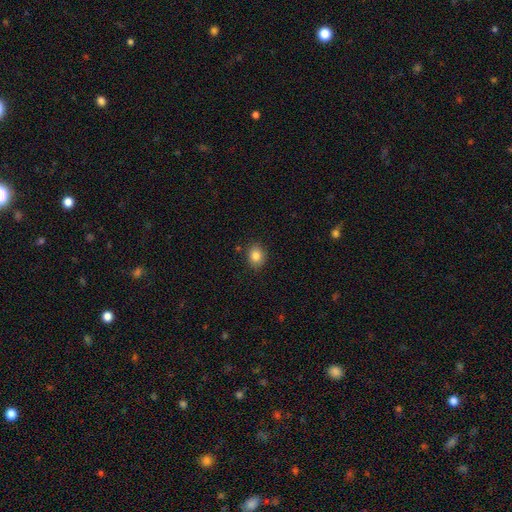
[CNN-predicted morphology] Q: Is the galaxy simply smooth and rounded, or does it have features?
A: smooth — 85%.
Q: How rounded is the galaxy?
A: round — 57%.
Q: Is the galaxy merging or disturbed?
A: none — 86%.